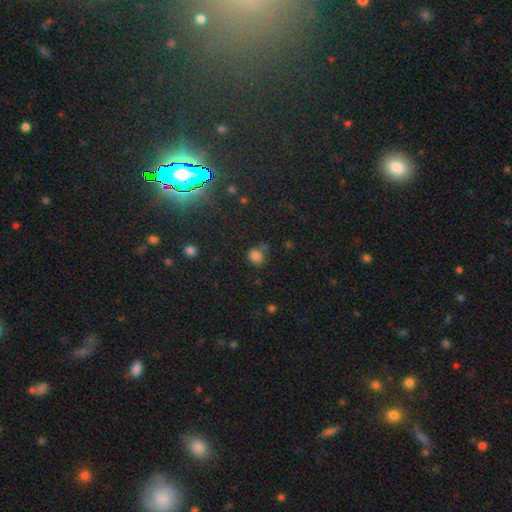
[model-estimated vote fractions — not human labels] Smooth or featured? Predicted: smooth (p=0.79). How rounded? Predicted: round (p=0.79). Merging? Predicted: none (p=0.63).